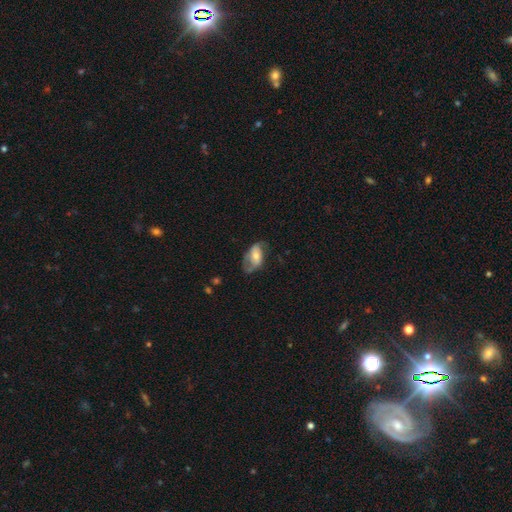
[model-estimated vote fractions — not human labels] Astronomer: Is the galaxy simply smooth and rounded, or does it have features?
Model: featured or disk — 52% (runner-up: smooth, 41%).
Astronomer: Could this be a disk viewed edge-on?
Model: no — 93%.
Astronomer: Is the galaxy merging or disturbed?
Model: none — 49% (runner-up: minor disturbance, 27%).